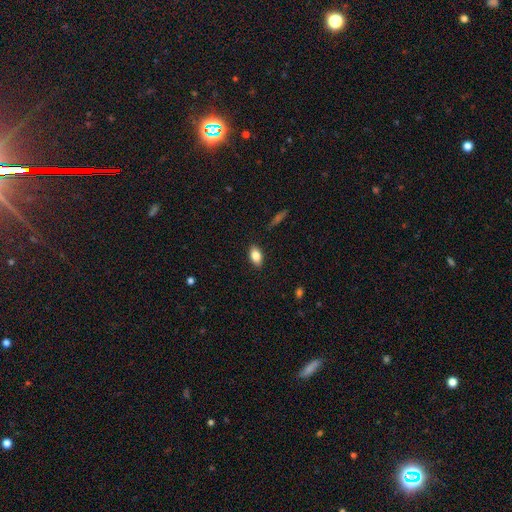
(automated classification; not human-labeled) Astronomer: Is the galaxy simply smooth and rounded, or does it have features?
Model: smooth — 81%.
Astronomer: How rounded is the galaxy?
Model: in between — 88%.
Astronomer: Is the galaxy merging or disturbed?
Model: none — 88%.